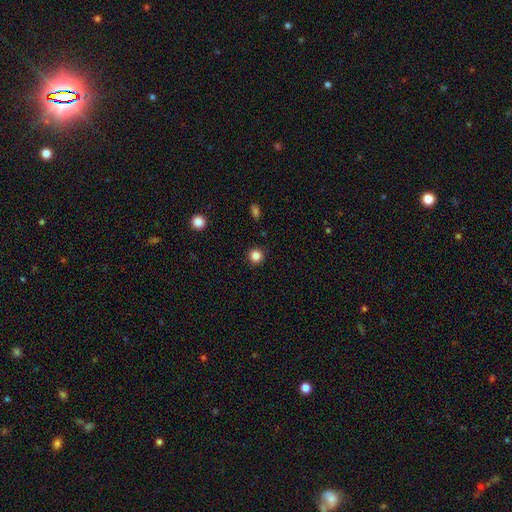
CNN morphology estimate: Smooth or featured?
  - smooth: 84% *
  - star or artifact: 12%
  - featured or disk: 4%
How rounded?
  - round: 95% *
  - in between: 4%
  - cigar-shaped: 1%
Merging?
  - none: 91% *
  - minor disturbance: 5%
  - major disturbance: 2%
  - merger: 1%